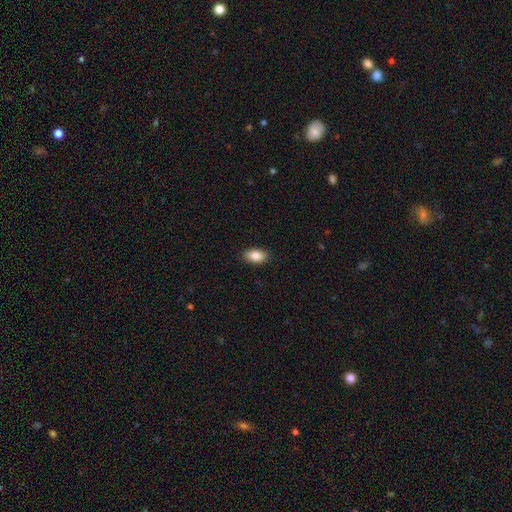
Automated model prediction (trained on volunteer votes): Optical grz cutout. It shows a smooth galaxy with no disk features (87%) that is in between round and cigar-shaped (92%). Merging: none (89%).